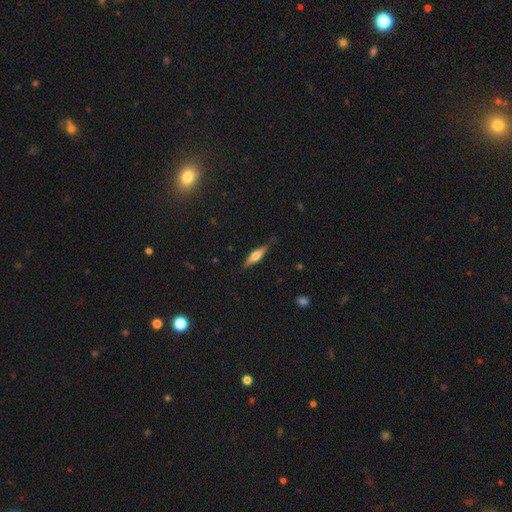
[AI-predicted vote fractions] This is possibly a smooth galaxy (48%). Merging: clearly none (81%).